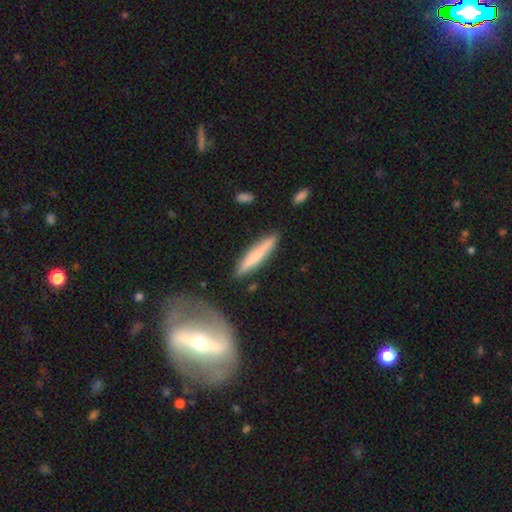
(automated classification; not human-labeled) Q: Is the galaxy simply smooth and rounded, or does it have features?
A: smooth — 66%.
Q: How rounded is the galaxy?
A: cigar-shaped — 92%.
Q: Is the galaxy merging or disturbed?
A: none — 85%.